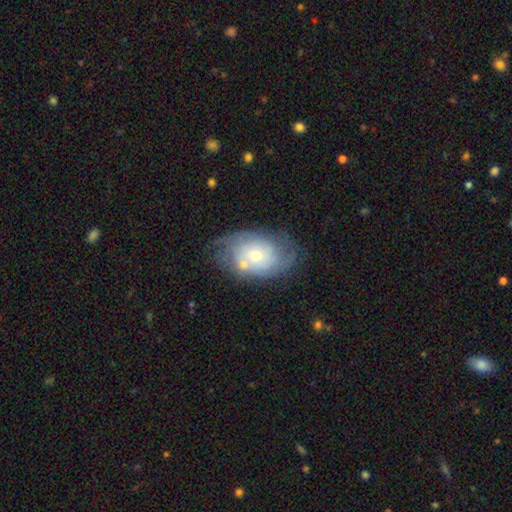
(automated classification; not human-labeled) smooth_or_featured: featured or disk (p=0.58) [alt: smooth p=0.34]
disk_edge_on: no (p=0.95) [alt: yes p=0.05]
bar: no (p=0.79) [alt: weak p=0.18]
has_spiral_arms: yes (p=0.72) [alt: no p=0.28]
bulge_size: small (p=0.48) [alt: moderate p=0.46]
merging: none (p=0.55) [alt: minor disturbance p=0.23]